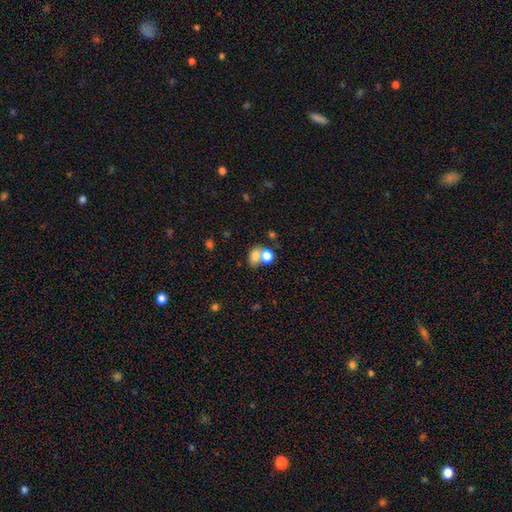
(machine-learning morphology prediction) This is likely a smooth galaxy (76%). How rounded: likely in between (70%). Merging: possibly merger (50%).